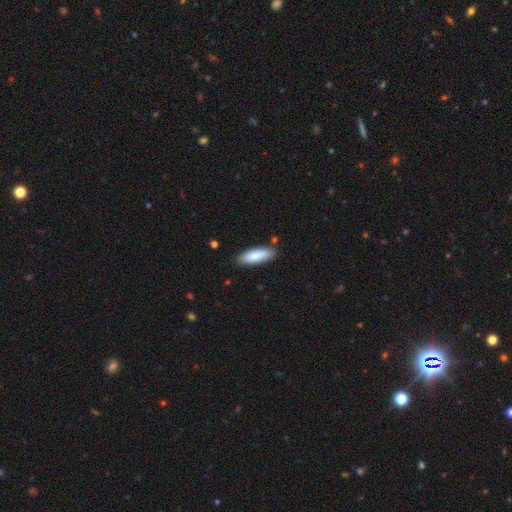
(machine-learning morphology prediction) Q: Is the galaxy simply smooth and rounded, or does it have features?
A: smooth — 85%.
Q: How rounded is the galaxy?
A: in between — 57%.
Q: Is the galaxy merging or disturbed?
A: none — 86%.